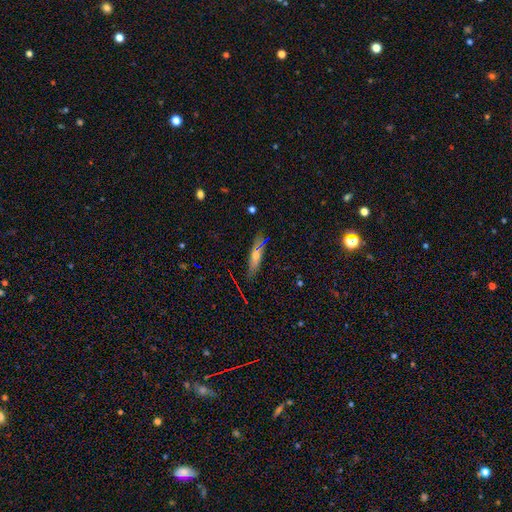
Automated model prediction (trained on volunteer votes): Smooth or featured: smooth — 53% (featured or disk — 33%)
How rounded: cigar-shaped — 63% (in between — 34%)
Merging: none — 81% (minor disturbance — 13%)